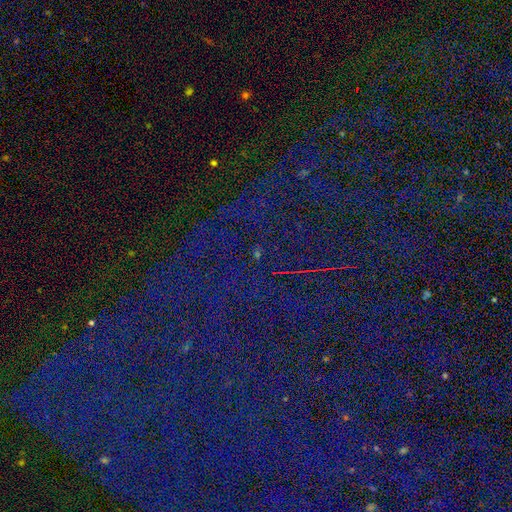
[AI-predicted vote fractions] smooth-or-featured: star or artifact: 84% | smooth: 9% | featured or disk: 8%